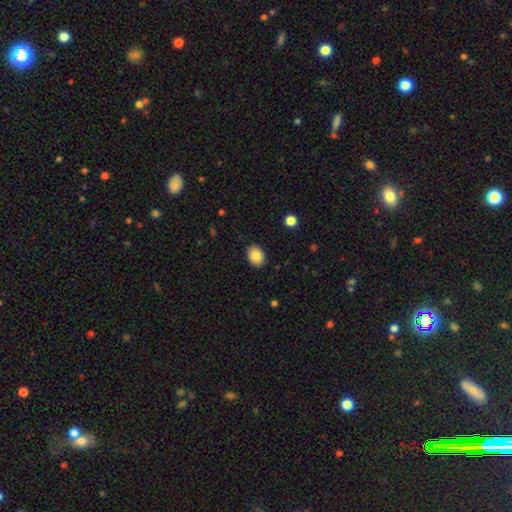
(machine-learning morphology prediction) This is clearly a smooth galaxy (85%). How rounded: likely in between (66%). Merging: clearly none (89%).